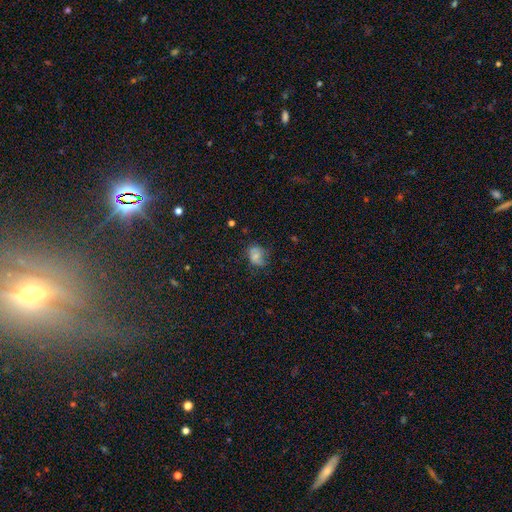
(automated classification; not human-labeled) Q: Smooth or featured?
A: smooth (63%); runner-up: featured or disk (24%)
Q: How rounded?
A: in between (57%); runner-up: round (42%)
Q: Merging?
A: none (54%); runner-up: minor disturbance (29%)